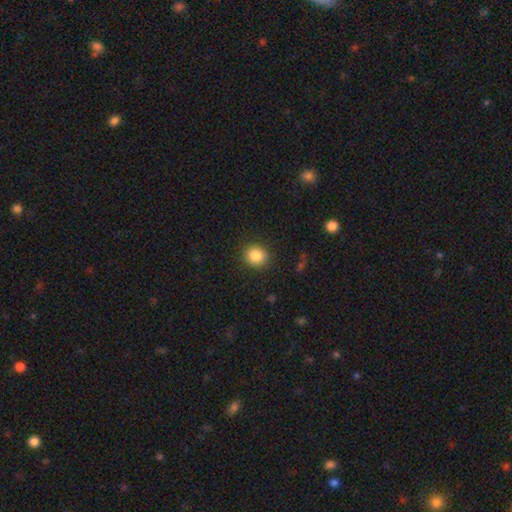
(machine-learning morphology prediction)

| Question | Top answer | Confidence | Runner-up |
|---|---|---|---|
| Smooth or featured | smooth | 86% | star or artifact (10%) |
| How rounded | round | 82% | in between (17%) |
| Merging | none | 88% | minor disturbance (8%) |